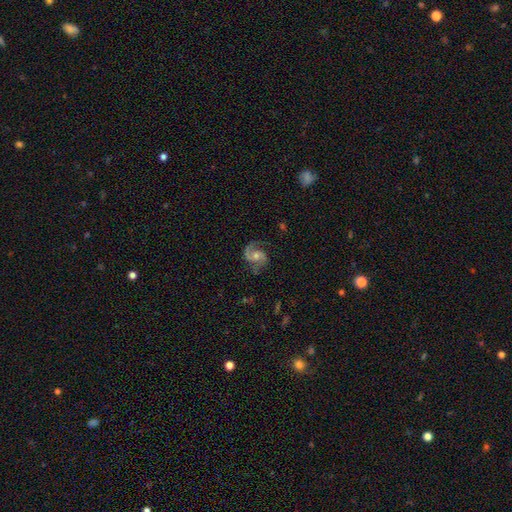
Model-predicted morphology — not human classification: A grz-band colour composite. It shows a featured or disk galaxy (89%) with no bar (54%), 2 (92%) medium (58%) spiral arms (98%) and a moderate central bulge (56%). Merging: none (78%).